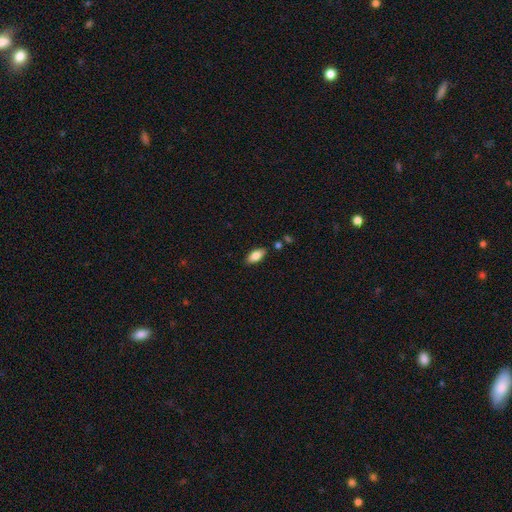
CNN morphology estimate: smooth-or-featured: smooth: 82% | featured or disk: 11% | star or artifact: 7%
  how-rounded: in between: 88% | cigar-shaped: 10% | round: 2%
  merging: none: 85% | minor disturbance: 10% | merger: 3% | major disturbance: 2%